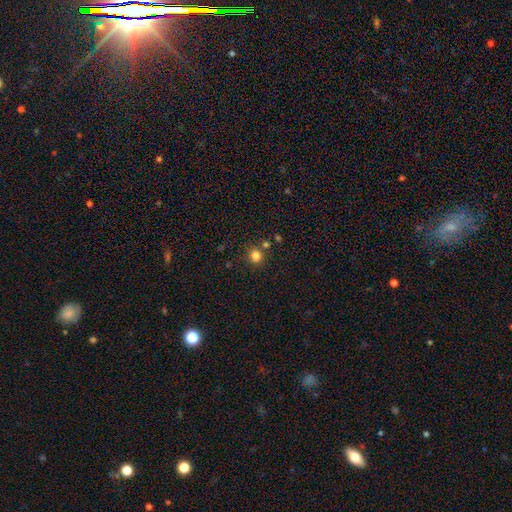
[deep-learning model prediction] Smooth or featured? Predicted: smooth (p=0.81). How rounded? Predicted: round (p=0.88). Merging? Predicted: none (p=0.79).